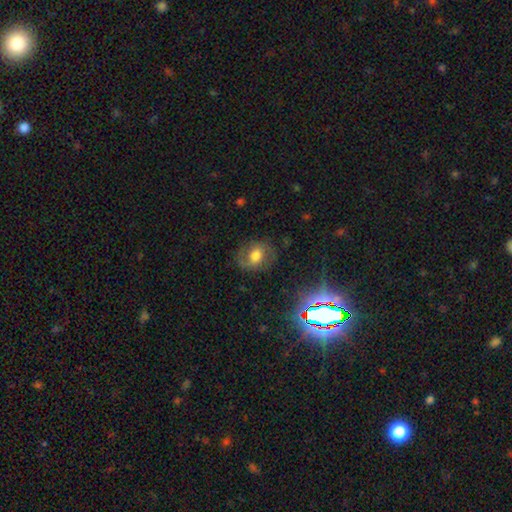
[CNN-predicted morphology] type=featured or disk (46%); merging=none (74%).